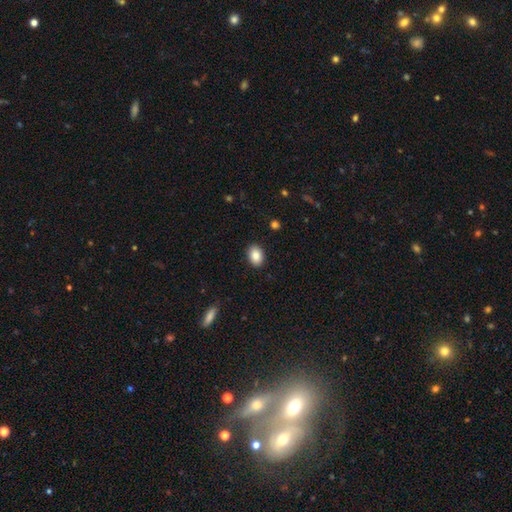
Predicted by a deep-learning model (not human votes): The model was most divided on "how rounded": in between: 77%, round: 22%, cigar-shaped: 1%. More confident: merging — none (90%); smooth or featured — smooth (87%).